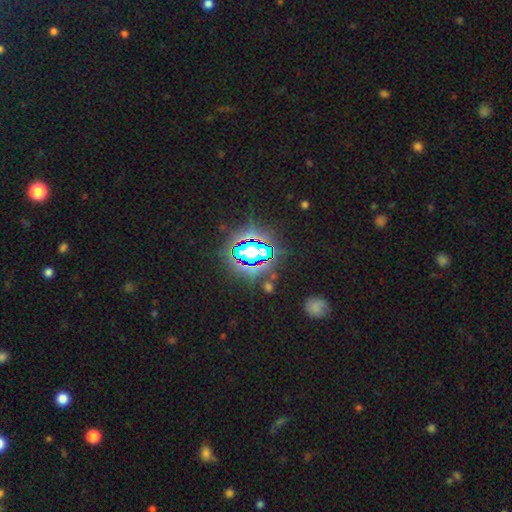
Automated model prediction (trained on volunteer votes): Smooth or featured: star or artifact — 71% (smooth — 18%)